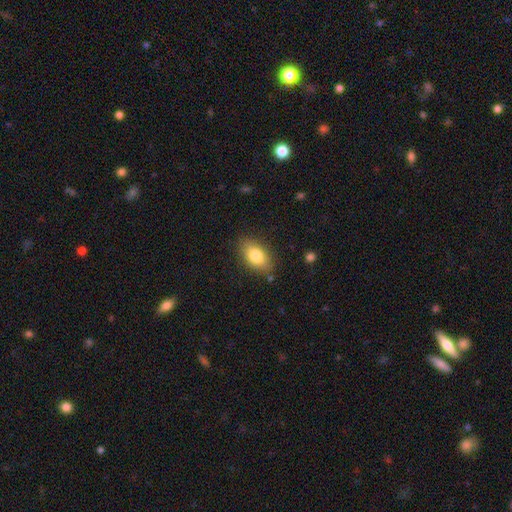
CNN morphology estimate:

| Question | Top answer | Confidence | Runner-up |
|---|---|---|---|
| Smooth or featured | smooth | 81% | featured or disk (12%) |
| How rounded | in between | 90% | round (7%) |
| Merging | none | 82% | minor disturbance (12%) |